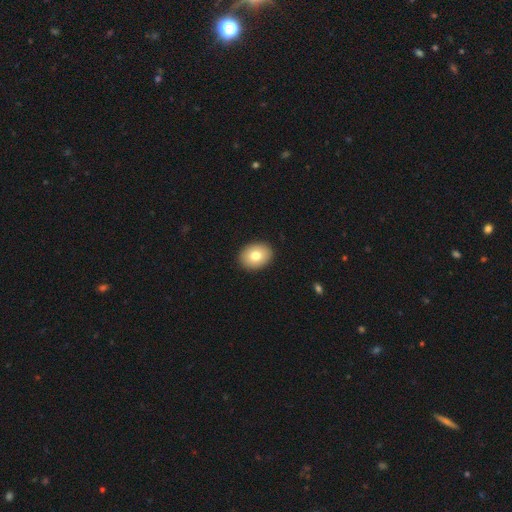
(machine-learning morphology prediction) Q: Smooth or featured?
A: smooth (78%); runner-up: featured or disk (14%)
Q: How rounded?
A: in between (64%); runner-up: round (35%)
Q: Merging?
A: none (91%); runner-up: minor disturbance (6%)